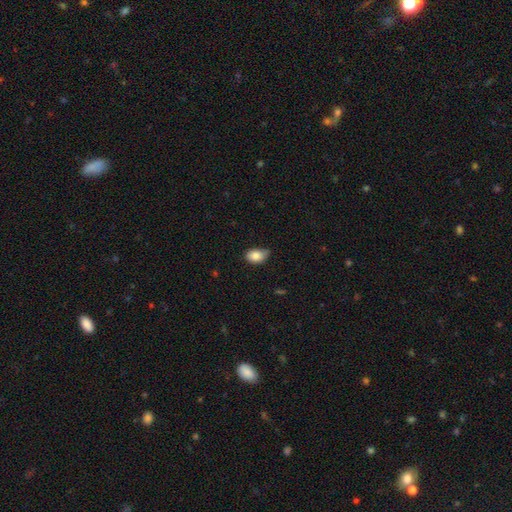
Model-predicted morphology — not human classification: Smooth or featured?
  - smooth: 84% *
  - featured or disk: 8%
  - star or artifact: 8%
How rounded?
  - in between: 85% *
  - round: 14%
  - cigar-shaped: 1%
Merging?
  - none: 56% *
  - minor disturbance: 36%
  - major disturbance: 6%
  - merger: 2%